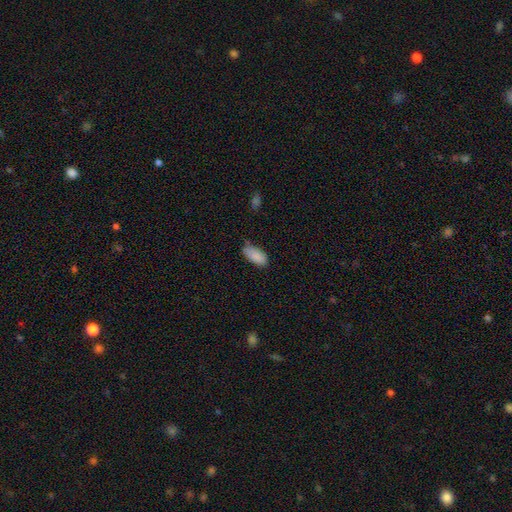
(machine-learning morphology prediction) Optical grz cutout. It shows a smooth galaxy with no disk features (88%) that is in between round and cigar-shaped (92%). Merging: none (66%).